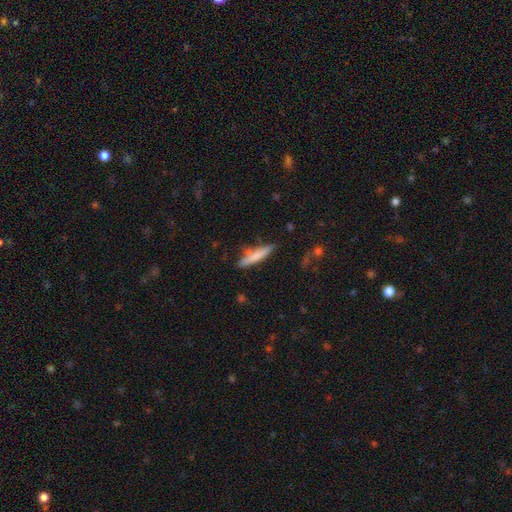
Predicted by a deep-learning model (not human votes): Q: Smooth or featured?
A: smooth (71%); runner-up: featured or disk (23%)
Q: How rounded?
A: cigar-shaped (89%); runner-up: in between (10%)
Q: Merging?
A: none (74%); runner-up: minor disturbance (17%)